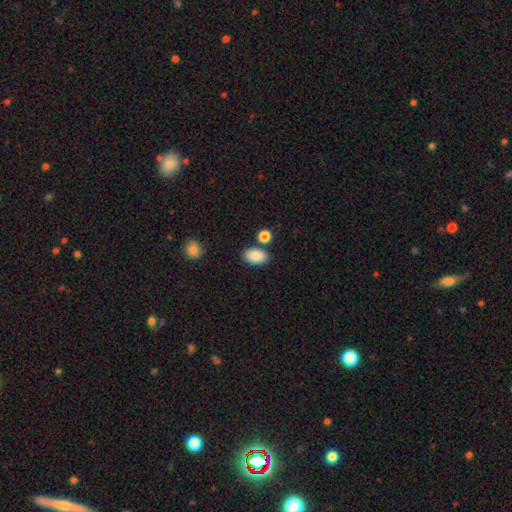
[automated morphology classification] smooth 88%, star or artifact 8%, featured or disk 4%. Down the decision tree: how rounded — in between (90%); merging — none (78%).